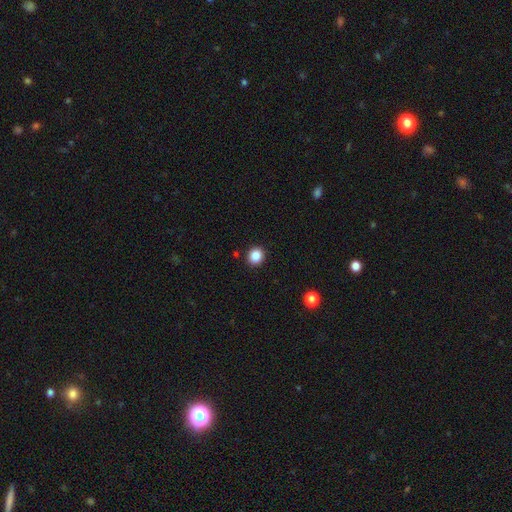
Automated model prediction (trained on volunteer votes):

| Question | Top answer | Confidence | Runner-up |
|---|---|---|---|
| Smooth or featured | smooth | 87% | star or artifact (10%) |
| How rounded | round | 84% | in between (15%) |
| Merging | none | 91% | minor disturbance (6%) |